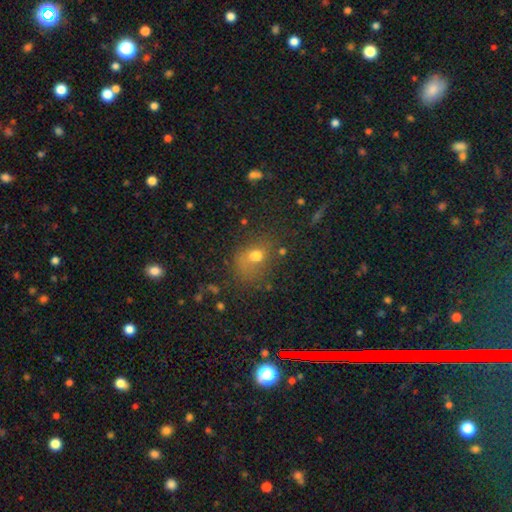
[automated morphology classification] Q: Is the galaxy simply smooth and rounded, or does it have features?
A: smooth — 67%.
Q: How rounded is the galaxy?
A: in between — 50%.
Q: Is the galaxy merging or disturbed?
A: none — 46%.